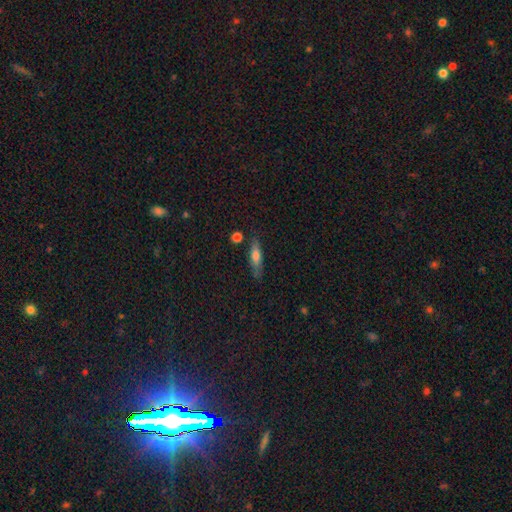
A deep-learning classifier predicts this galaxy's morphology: type=smooth (66%); roundness=cigar-shaped (57%); merging=none (72%).